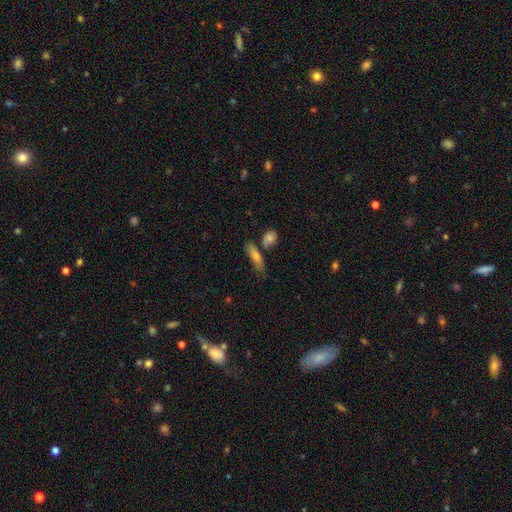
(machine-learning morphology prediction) smooth-or-featured: smooth: 63% | featured or disk: 27% | star or artifact: 10%
  how-rounded: cigar-shaped: 69% | in between: 27% | round: 4%
  merging: none: 68% | minor disturbance: 14% | merger: 13% | major disturbance: 4%